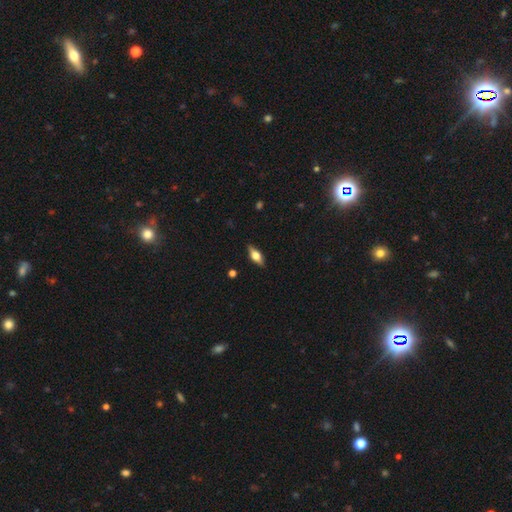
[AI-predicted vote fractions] Q: Smooth or featured?
A: featured or disk (49%); runner-up: smooth (43%)
Q: Merging?
A: none (87%); runner-up: minor disturbance (10%)